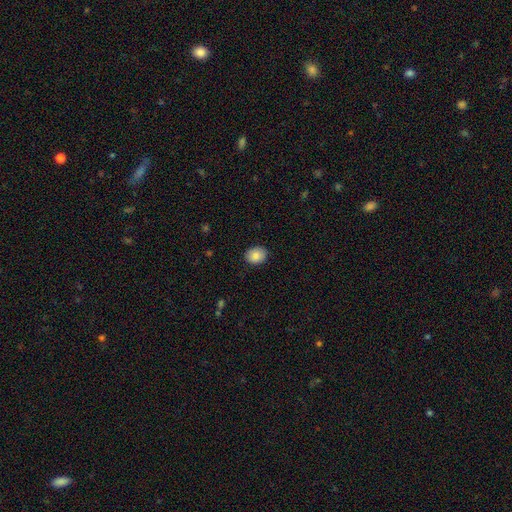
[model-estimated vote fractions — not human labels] Overall: smooth (86%). How rounded: in between (55%; round 44%). Merging: none (88%).